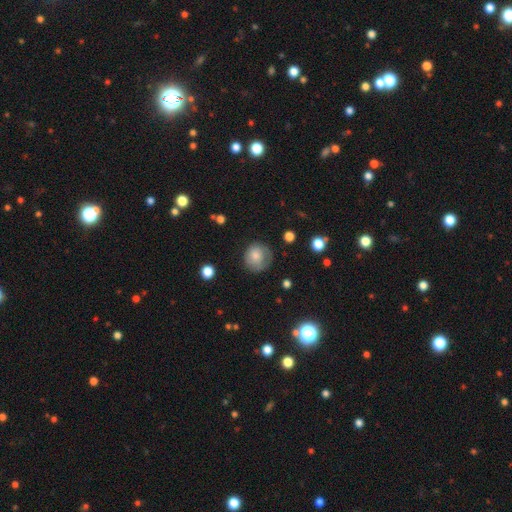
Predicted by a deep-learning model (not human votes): Smooth or featured: smooth — 79% (featured or disk — 12%)
How rounded: round — 87% (in between — 12%)
Merging: none — 69% (minor disturbance — 21%)